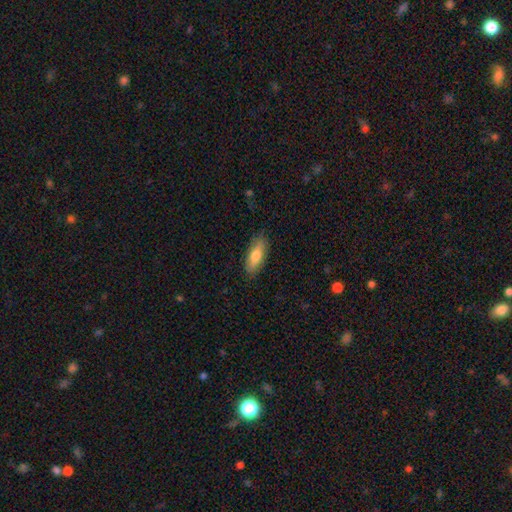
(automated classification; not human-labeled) Q: Smooth or featured?
A: smooth (74%); runner-up: featured or disk (20%)
Q: How rounded?
A: in between (67%); runner-up: cigar-shaped (31%)
Q: Merging?
A: none (85%); runner-up: minor disturbance (12%)